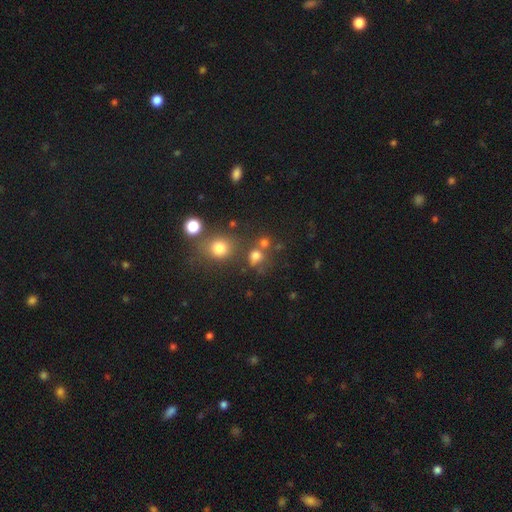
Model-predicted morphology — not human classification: A smooth galaxy with no disk features (71%) that is round (75%). Merging: none (58%).